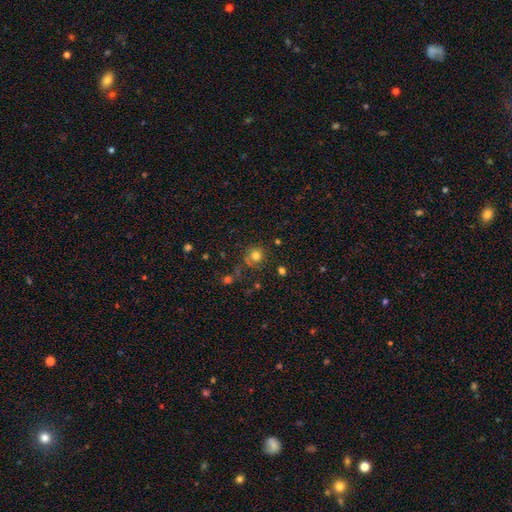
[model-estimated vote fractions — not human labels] Q: Smooth or featured?
A: smooth (77%); runner-up: star or artifact (15%)
Q: How rounded?
A: round (90%); runner-up: in between (10%)
Q: Merging?
A: none (73%); runner-up: minor disturbance (14%)